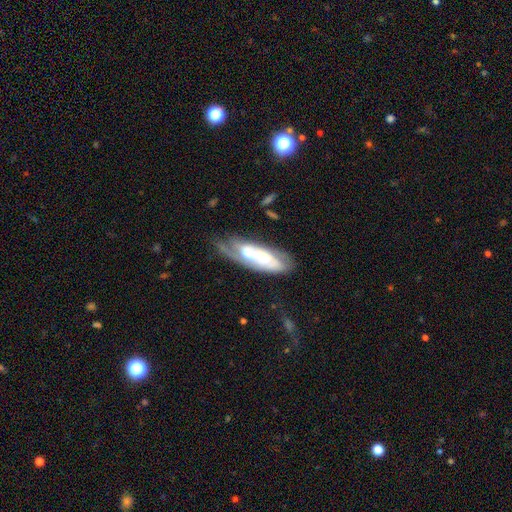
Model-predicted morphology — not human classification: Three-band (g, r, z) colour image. It shows a featured or disk galaxy (67%) with no bar (60%), spiral arms (73%) and a moderate central bulge (41%). Merging: none (45%).